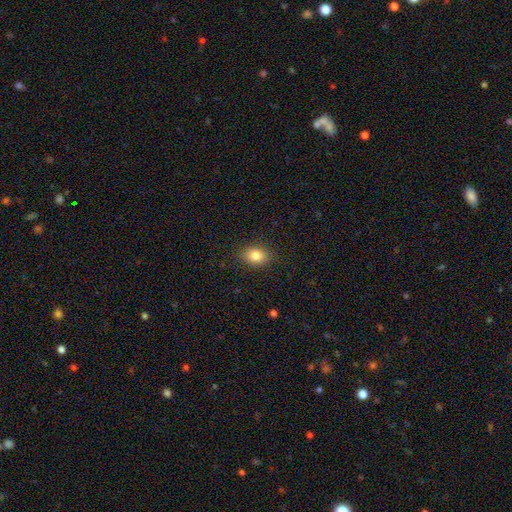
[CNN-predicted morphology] Smooth or featured: smooth — 83% (star or artifact — 10%)
How rounded: in between — 69% (round — 30%)
Merging: none — 87% (minor disturbance — 9%)